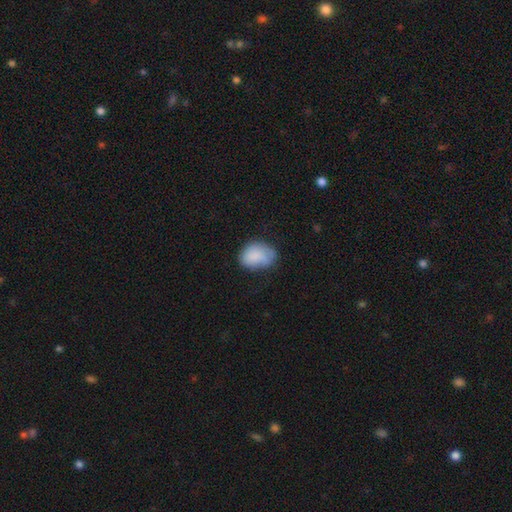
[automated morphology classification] The model was most divided on "merging": none: 52%, minor disturbance: 33%, major disturbance: 12%, merger: 2%. More confident: smooth or featured — smooth (81%); how rounded — in between (72%).